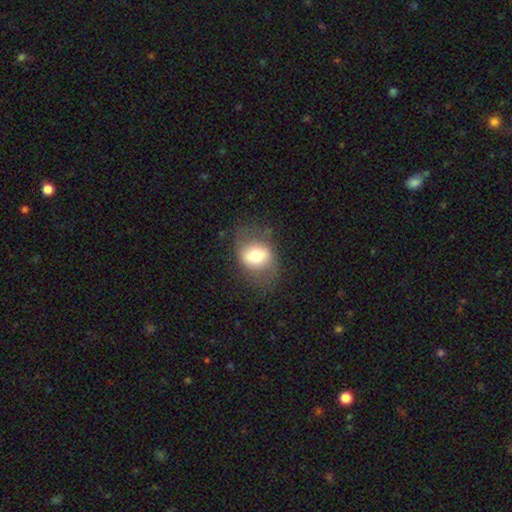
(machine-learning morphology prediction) smooth 59%, featured or disk 33%, star or artifact 8%. Down the decision tree: how rounded — in between (62%); merging — none (68%).